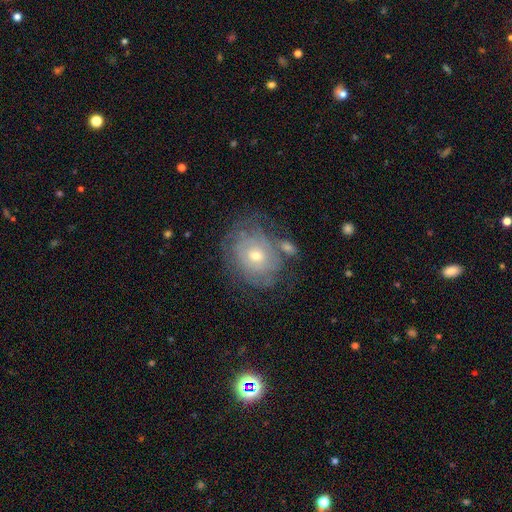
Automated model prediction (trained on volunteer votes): A featured or disk galaxy (64%) with no bar (83%), spiral arms (73%) and a small central bulge (49%). Merging: none (61%).